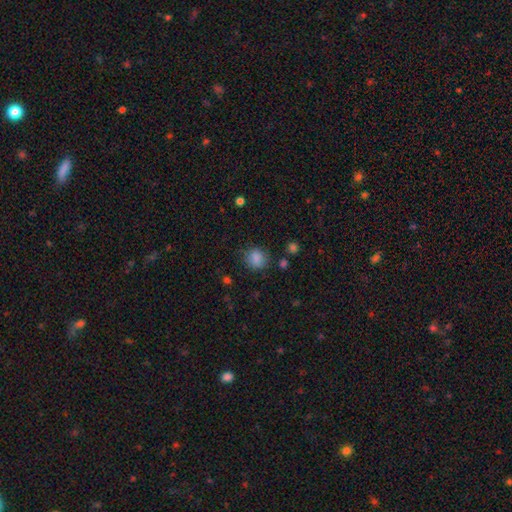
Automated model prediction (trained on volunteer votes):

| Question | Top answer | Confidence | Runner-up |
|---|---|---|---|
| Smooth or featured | smooth | 82% | star or artifact (13%) |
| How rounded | round | 76% | in between (23%) |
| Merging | none | 80% | minor disturbance (13%) |